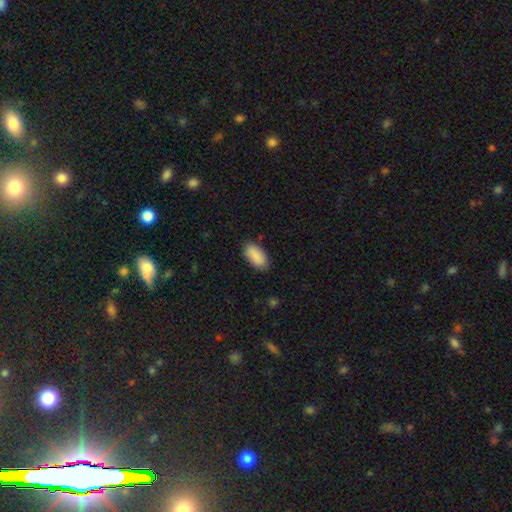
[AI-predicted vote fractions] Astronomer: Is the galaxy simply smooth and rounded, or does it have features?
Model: smooth — 89%.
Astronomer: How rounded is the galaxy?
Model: in between — 93%.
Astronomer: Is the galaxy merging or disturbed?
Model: none — 85%.